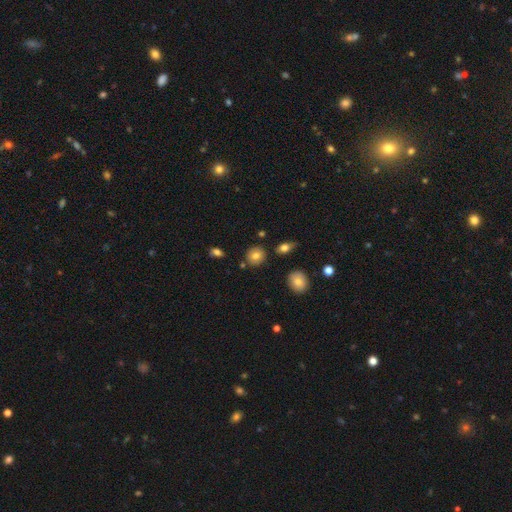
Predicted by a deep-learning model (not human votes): Smooth or featured: smooth — 79% (featured or disk — 11%)
How rounded: round — 85% (in between — 14%)
Merging: none — 86% (minor disturbance — 8%)